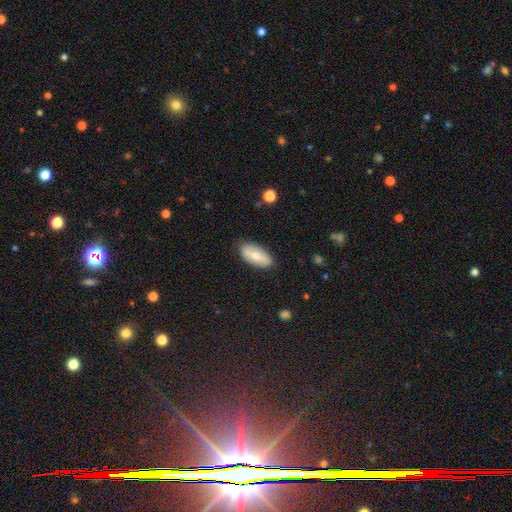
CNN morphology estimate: smooth 65%, featured or disk 29%, star or artifact 6%. Down the decision tree: how rounded — in between (92%); merging — none (82%).